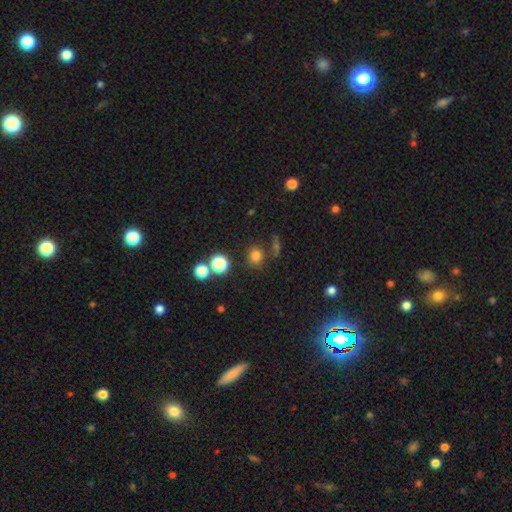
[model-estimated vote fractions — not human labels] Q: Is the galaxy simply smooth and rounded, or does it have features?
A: smooth — 75%.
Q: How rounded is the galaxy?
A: round — 79%.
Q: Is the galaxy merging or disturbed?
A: none — 77%.